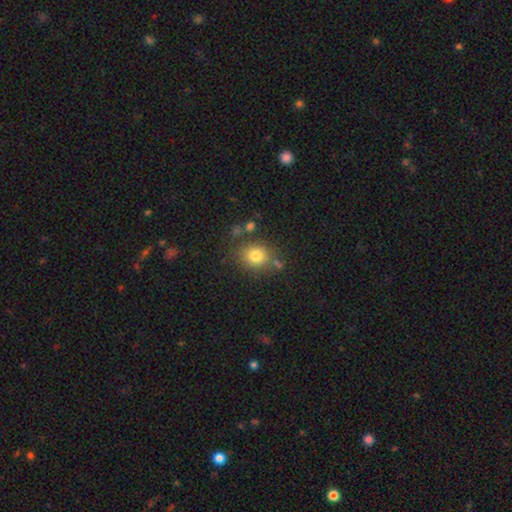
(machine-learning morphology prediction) Overall: smooth (79%). How rounded: round (75%). Merging: none (74%).